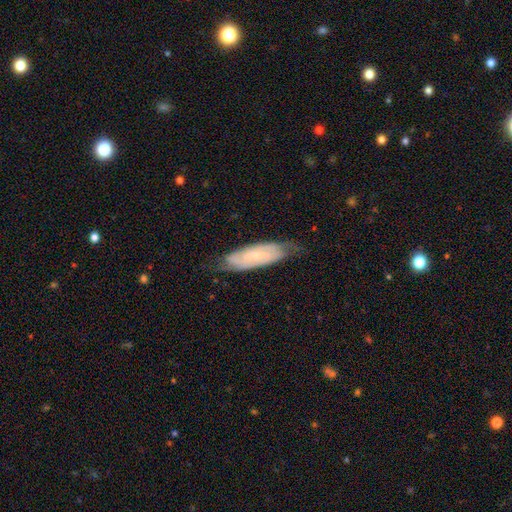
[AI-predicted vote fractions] featured or disk 67%, smooth 26%, star or artifact 7%. Down the decision tree: edge-on disk — no (82%); bar — no (64%); spiral arms — yes (88%); bulge size — small (76%); merging — none (69%).